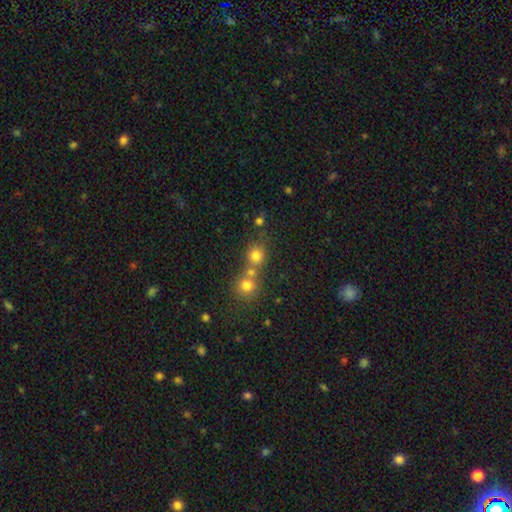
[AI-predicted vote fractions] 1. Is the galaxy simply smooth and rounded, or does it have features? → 76% smooth, 16% star or artifact, 8% featured or disk.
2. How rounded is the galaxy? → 84% round, 15% in between, 1% cigar-shaped.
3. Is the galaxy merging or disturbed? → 52% none, 37% merger, 7% minor disturbance, 3% major disturbance.